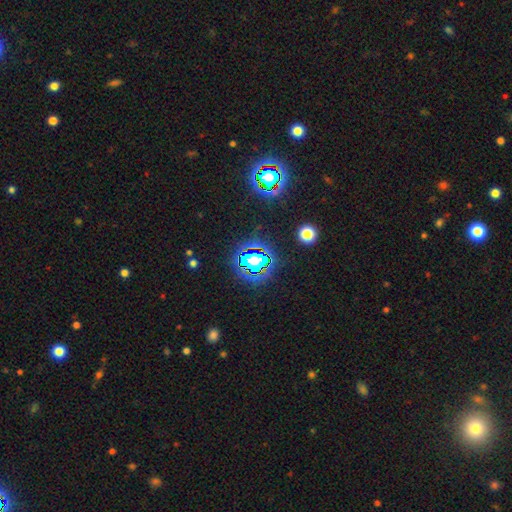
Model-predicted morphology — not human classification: Overall: star or artifact (80%).